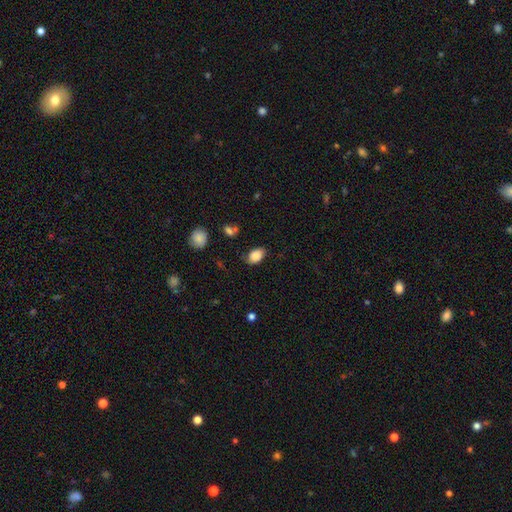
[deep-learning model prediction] Smooth or featured? Predicted: smooth (p=0.86). How rounded? Predicted: in between (p=0.86). Merging? Predicted: none (p=0.76).